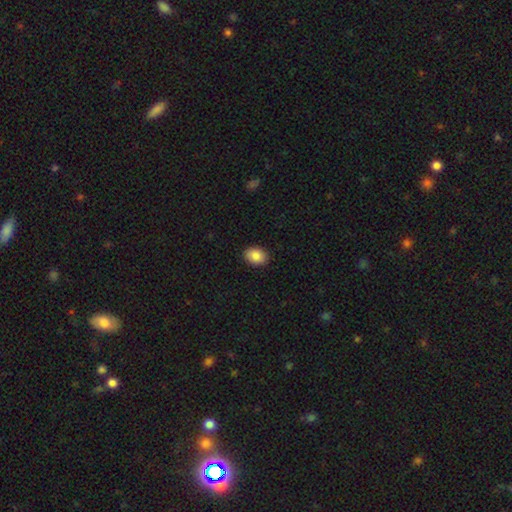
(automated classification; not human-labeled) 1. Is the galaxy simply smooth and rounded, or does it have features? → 88% smooth, 7% star or artifact, 5% featured or disk.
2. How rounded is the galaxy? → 78% in between, 21% round, 1% cigar-shaped.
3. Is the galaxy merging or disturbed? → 90% none, 7% minor disturbance, 2% major disturbance, 1% merger.